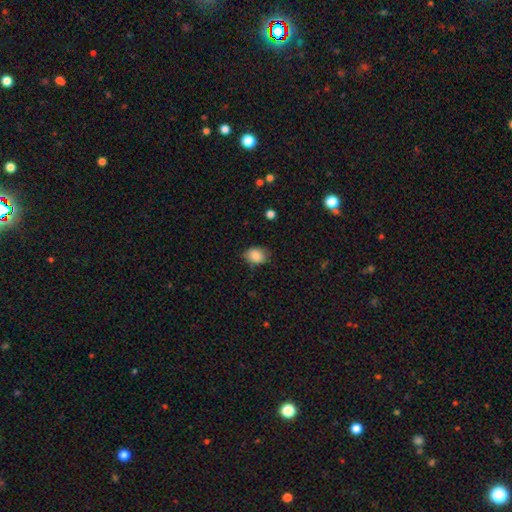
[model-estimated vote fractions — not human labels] Smooth or featured? Predicted: smooth (p=0.87). How rounded? Predicted: in between (p=0.63). Merging? Predicted: none (p=0.79).